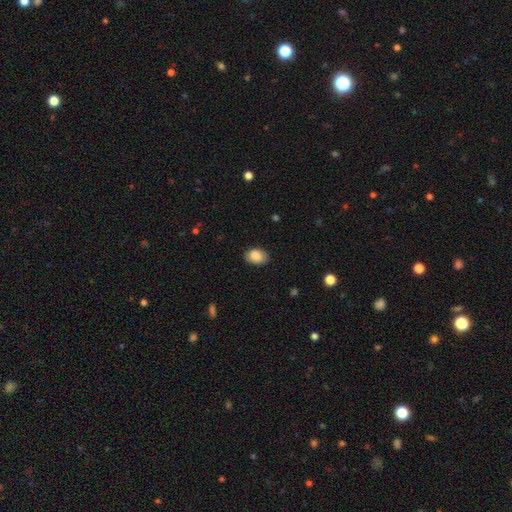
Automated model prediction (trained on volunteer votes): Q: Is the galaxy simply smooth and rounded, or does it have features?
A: smooth — 86%.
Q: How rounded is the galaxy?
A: in between — 81%.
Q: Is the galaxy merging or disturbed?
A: none — 83%.